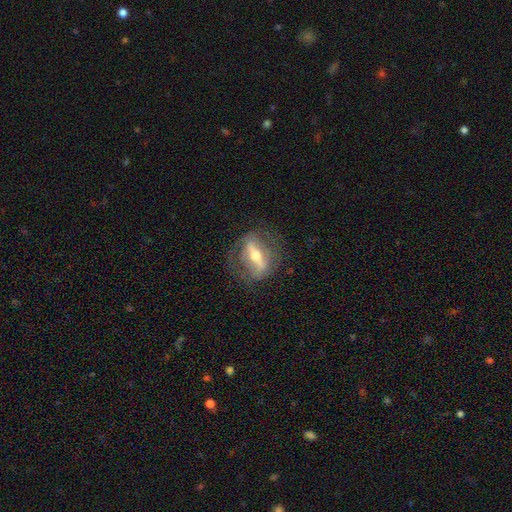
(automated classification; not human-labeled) Smooth or featured? featured or disk (76%)
Edge-on disk? no (61%)
Merging? none (71%)